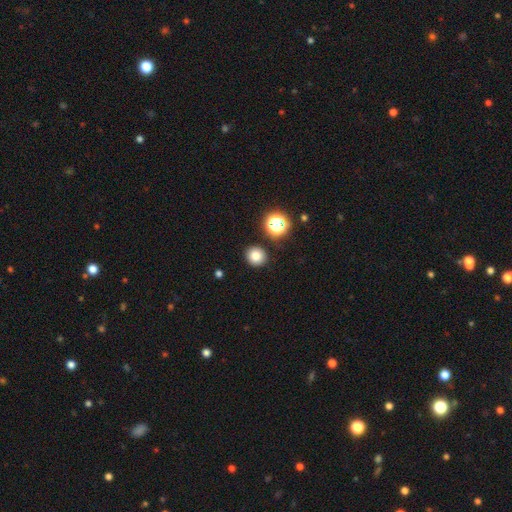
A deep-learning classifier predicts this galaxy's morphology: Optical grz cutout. It shows a smooth galaxy with no disk features (80%) that is round (88%). Merging: none (89%).